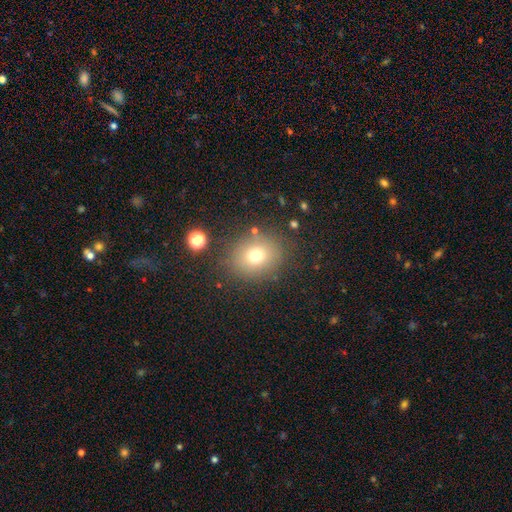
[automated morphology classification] Smooth or featured? smooth (72%)
How rounded? round (66%)
Merging? none (81%)